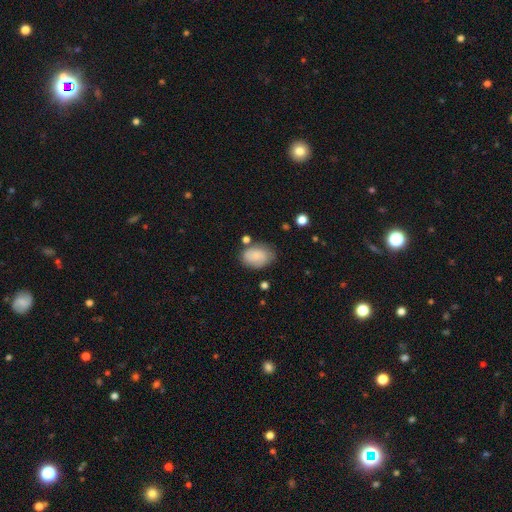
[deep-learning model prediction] Smooth or featured?
  - smooth: 82% *
  - featured or disk: 11%
  - star or artifact: 7%
How rounded?
  - in between: 83% *
  - round: 16%
  - cigar-shaped: 1%
Merging?
  - none: 67% *
  - minor disturbance: 22%
  - major disturbance: 6%
  - merger: 5%